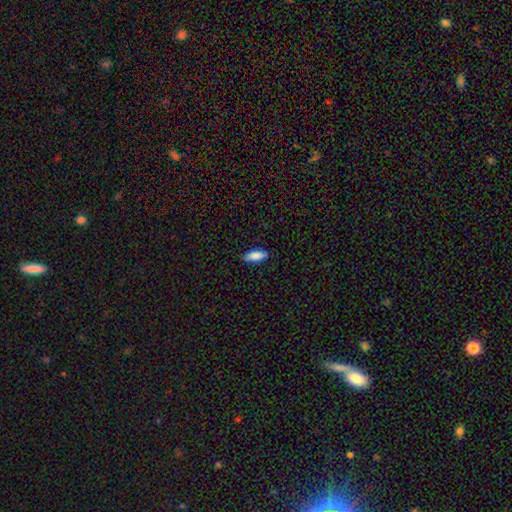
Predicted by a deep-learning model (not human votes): smooth 85%, featured or disk 9%, star or artifact 6%. Down the decision tree: how rounded — in between (69%); merging — none (88%).